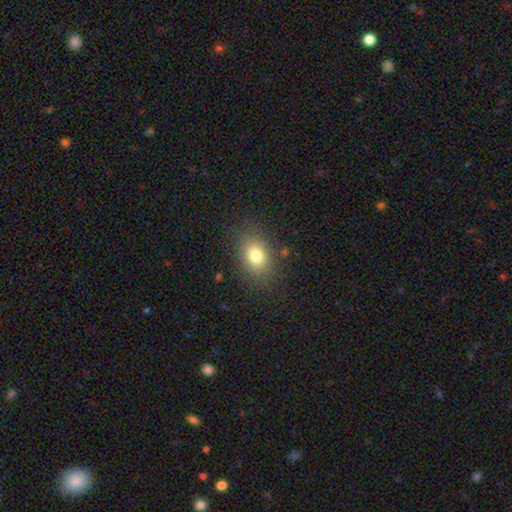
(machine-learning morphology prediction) A smooth galaxy with no disk features (79%) that is in between round and cigar-shaped (70%).

Vote fractions:
- Smooth or featured? smooth: 79% / star or artifact: 12% / featured or disk: 10%
- How rounded? in between: 70% / round: 29% / cigar-shaped: 1%
- Merging? none: 84% / minor disturbance: 10% / major disturbance: 4% / merger: 1%